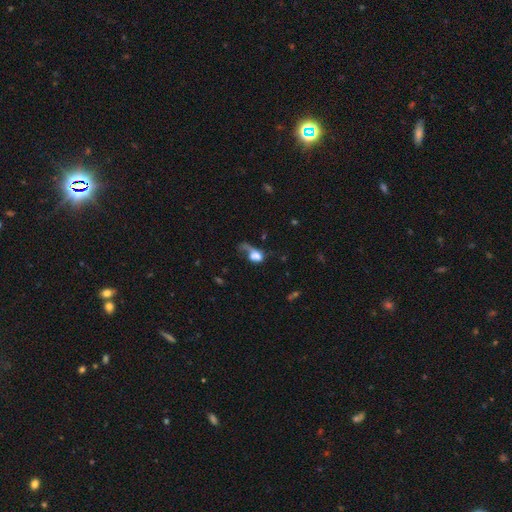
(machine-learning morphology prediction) A smooth galaxy with no disk features (57%) that is in between round and cigar-shaped (55%). Merging: major disturbance (53%).